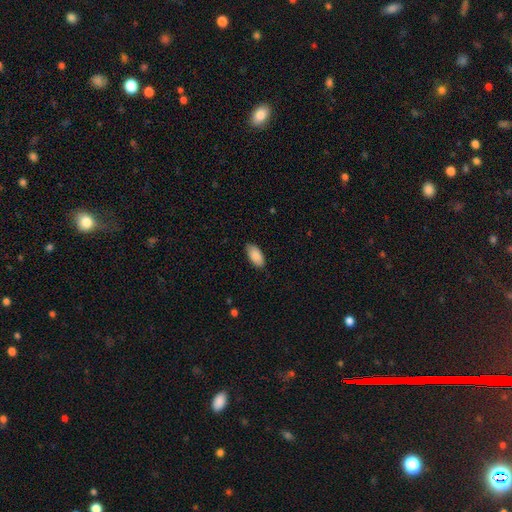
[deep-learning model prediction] This is clearly a smooth galaxy (89%). How rounded: clearly in between (93%). Merging: clearly none (84%).